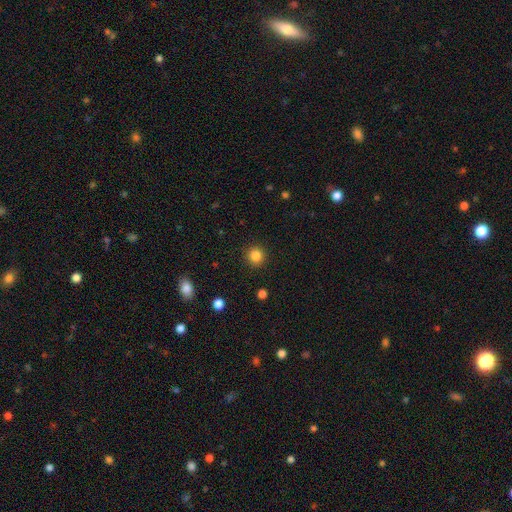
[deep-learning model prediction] Smooth or featured?
  - smooth: 85% *
  - star or artifact: 11%
  - featured or disk: 4%
How rounded?
  - round: 93% *
  - in between: 6%
  - cigar-shaped: 1%
Merging?
  - none: 92% *
  - minor disturbance: 5%
  - major disturbance: 2%
  - merger: 1%